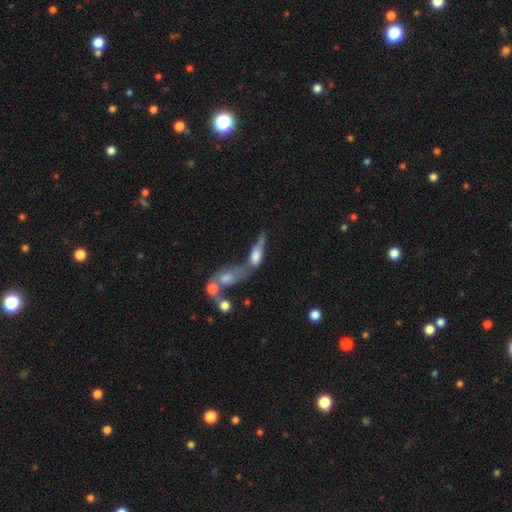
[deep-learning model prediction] Overall: smooth (54%; featured or disk 36%). How rounded: in between (60%; cigar-shaped 35%). Merging: merger (56%; major disturbance 16%).